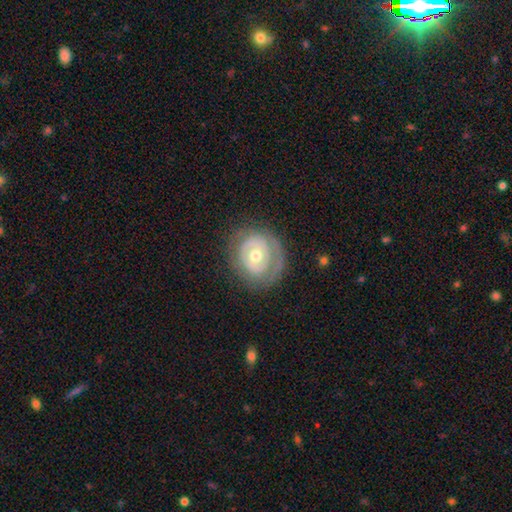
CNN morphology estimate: smooth-or-featured: featured or disk: 68% | smooth: 27% | star or artifact: 5%
  disk-edge-on: no: 96% | yes: 4%
    bar: no: 76% | weak: 19% | strong: 5%
    has-spiral-arms: no: 51% | yes: 49%
    bulge-size: moderate: 70% | small: 23% | large: 5% | none: 1% | dominant: 1%
  merging: none: 71% | minor disturbance: 18% | major disturbance: 10% | merger: 1%